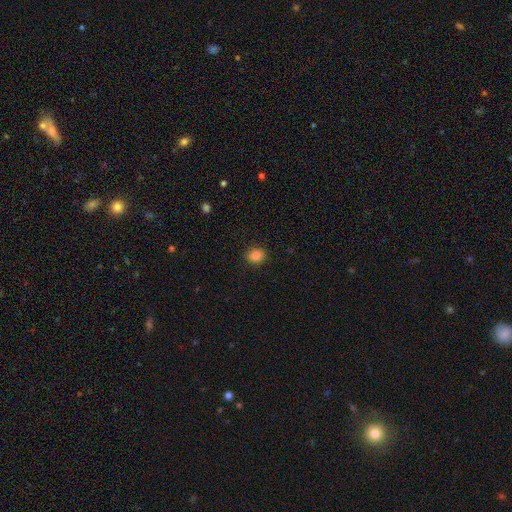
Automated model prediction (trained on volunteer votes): Overall: smooth (86%). How rounded: round (66%; in between 33%). Merging: none (89%).